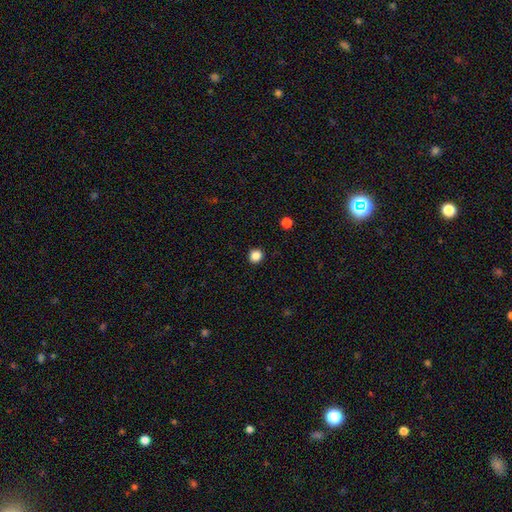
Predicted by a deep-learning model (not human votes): Overall: smooth (85%). How rounded: round (89%). Merging: none (92%).